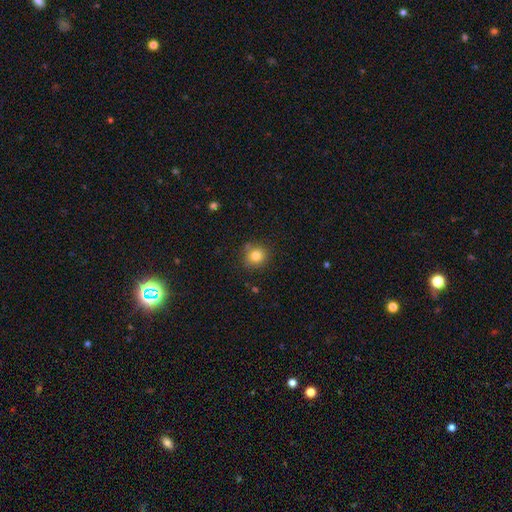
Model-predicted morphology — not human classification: Smooth or featured: smooth — 81% (star or artifact — 12%)
How rounded: round — 88% (in between — 12%)
Merging: none — 82% (minor disturbance — 11%)